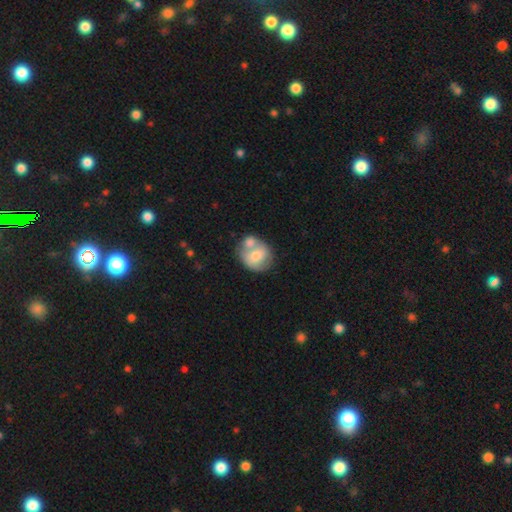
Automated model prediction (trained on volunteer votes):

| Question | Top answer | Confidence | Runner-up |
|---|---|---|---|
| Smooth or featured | smooth | 61% | featured or disk (33%) |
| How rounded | round | 67% | in between (32%) |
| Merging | merger | 51% | none (31%) |